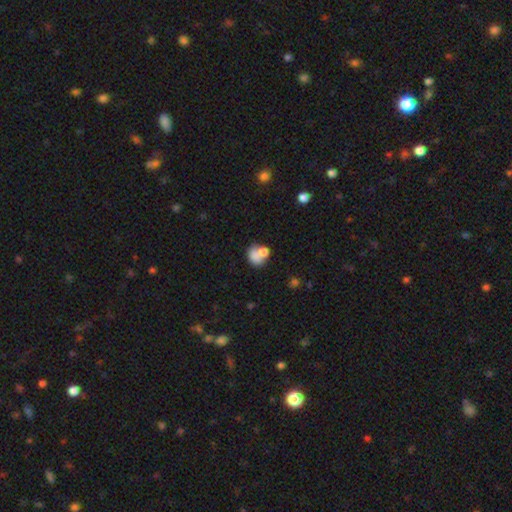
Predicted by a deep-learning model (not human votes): smooth-or-featured: smooth: 73% | featured or disk: 17% | star or artifact: 10%
  how-rounded: round: 59% | in between: 40% | cigar-shaped: 1%
  merging: merger: 46% | none: 34% | minor disturbance: 13% | major disturbance: 7%